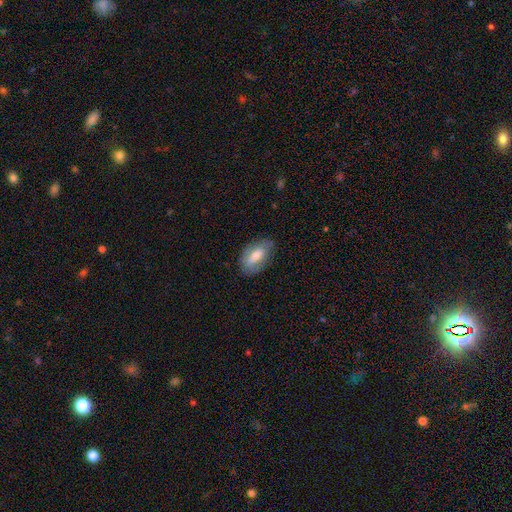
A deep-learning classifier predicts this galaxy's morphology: Smooth or featured? smooth (58%)
How rounded? in between (89%)
Merging? none (77%)